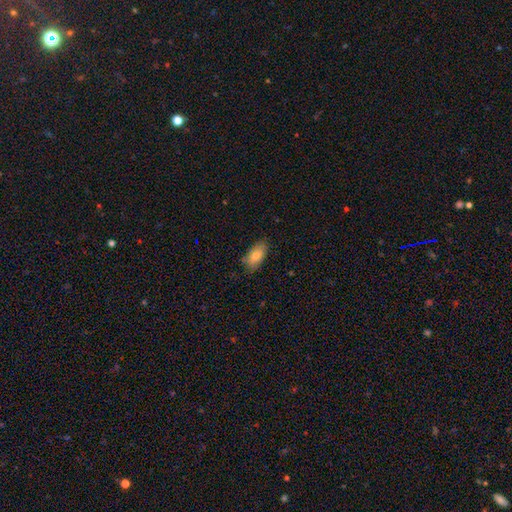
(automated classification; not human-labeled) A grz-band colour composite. It shows a smooth galaxy with no disk features (77%) that is in between round and cigar-shaped (90%). Merging: none (77%).